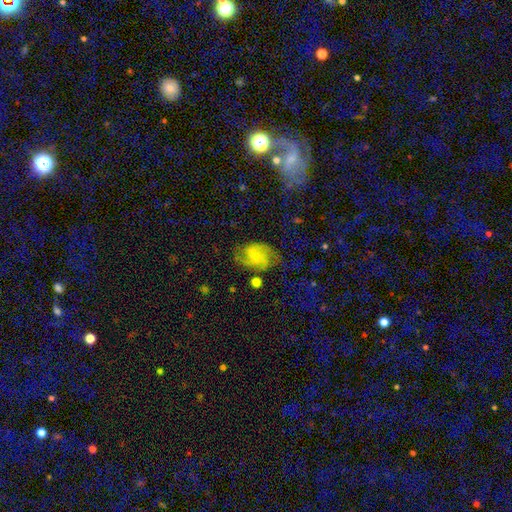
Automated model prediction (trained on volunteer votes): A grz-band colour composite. It shows a featured or disk galaxy (67%) with no bar (54%), 2 (66%) medium (50%) spiral arms (92%) and a small central bulge (58%). Merging: none (56%).